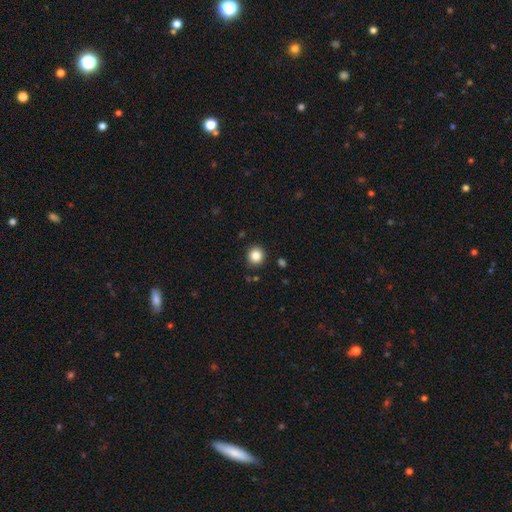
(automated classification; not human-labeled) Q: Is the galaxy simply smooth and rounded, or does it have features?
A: smooth — 85%.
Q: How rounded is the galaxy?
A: round — 90%.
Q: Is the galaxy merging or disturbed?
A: none — 90%.